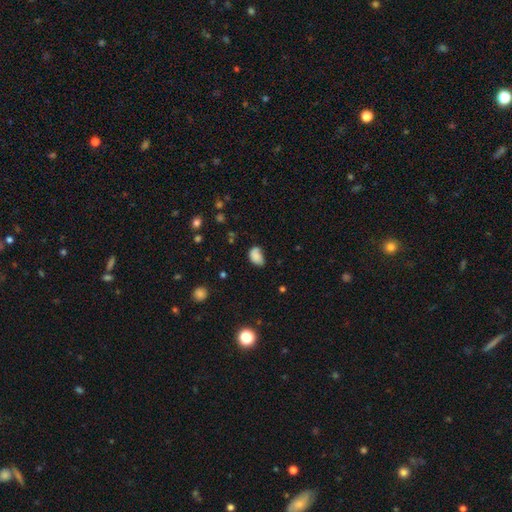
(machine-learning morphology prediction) type=smooth (83%); roundness=in between (87%); merging=none (55%).